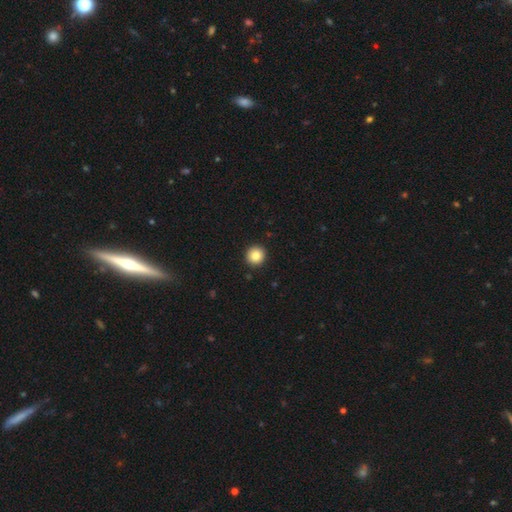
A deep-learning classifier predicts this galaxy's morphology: smooth_or_featured: smooth (p=0.84) [alt: star or artifact p=0.10]
how_rounded: round (p=0.95) [alt: in between p=0.04]
merging: none (p=0.93) [alt: minor disturbance p=0.04]